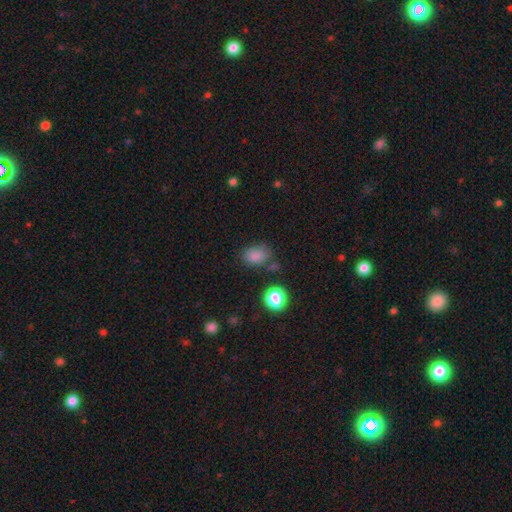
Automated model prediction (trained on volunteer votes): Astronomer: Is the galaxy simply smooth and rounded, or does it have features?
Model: smooth — 83%.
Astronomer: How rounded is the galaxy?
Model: in between — 75%.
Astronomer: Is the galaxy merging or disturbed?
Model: none — 66%.